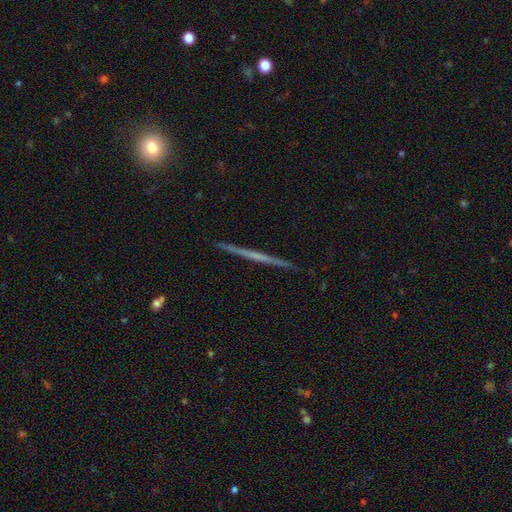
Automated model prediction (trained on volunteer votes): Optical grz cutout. It shows a featured or disk galaxy (65%) viewed edge-on (98%) with no central bulge (83%). Merging: none (92%).